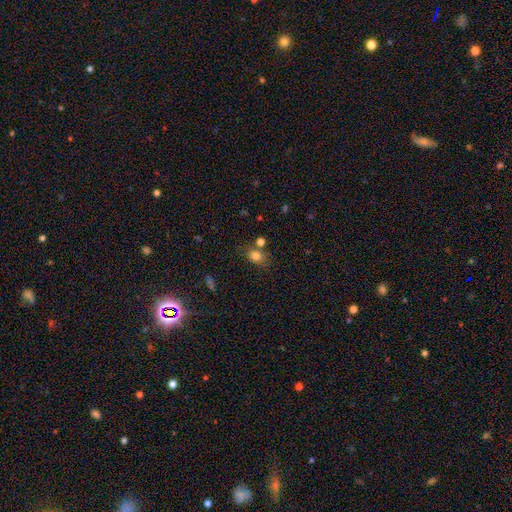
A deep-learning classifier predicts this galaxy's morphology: Smooth or featured?
  - smooth: 80% *
  - star or artifact: 12%
  - featured or disk: 8%
How rounded?
  - in between: 58% *
  - round: 41%
  - cigar-shaped: 1%
Merging?
  - none: 65% *
  - minor disturbance: 16%
  - merger: 14%
  - major disturbance: 6%